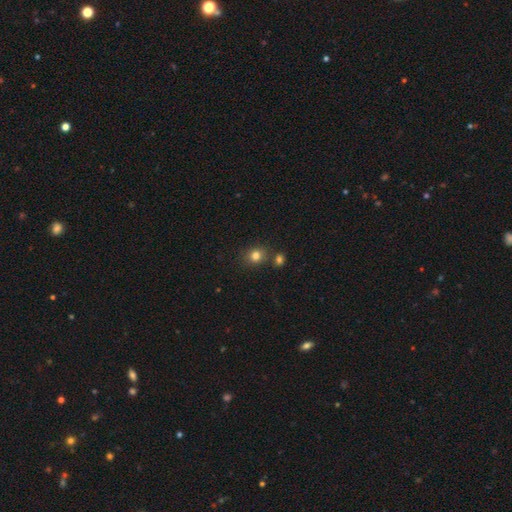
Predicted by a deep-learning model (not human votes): Q: Smooth or featured?
A: smooth (81%); runner-up: star or artifact (13%)
Q: How rounded?
A: round (74%); runner-up: in between (25%)
Q: Merging?
A: none (74%); runner-up: merger (12%)